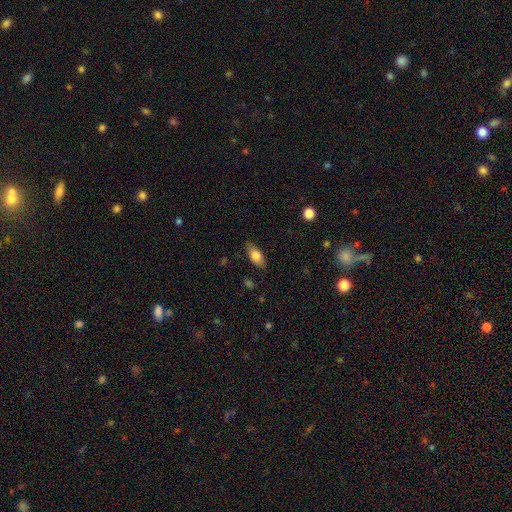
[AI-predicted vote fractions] Morphology: type=smooth (77%); roundness=in between (85%); merging=none (80%).